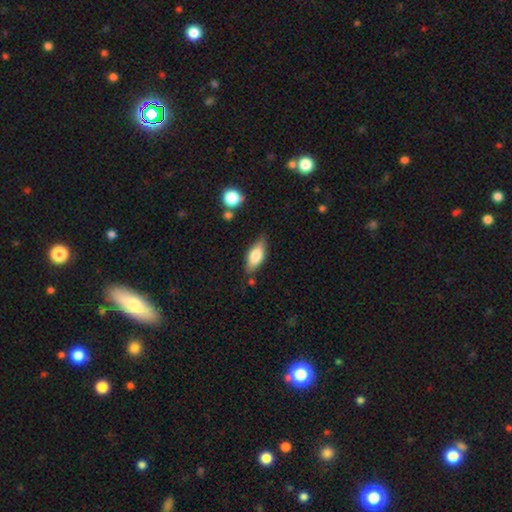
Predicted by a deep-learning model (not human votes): smooth-or-featured: smooth: 69% | featured or disk: 24% | star or artifact: 7%
  how-rounded: in between: 78% | cigar-shaped: 19% | round: 3%
  merging: none: 75% | minor disturbance: 17% | merger: 4% | major disturbance: 4%